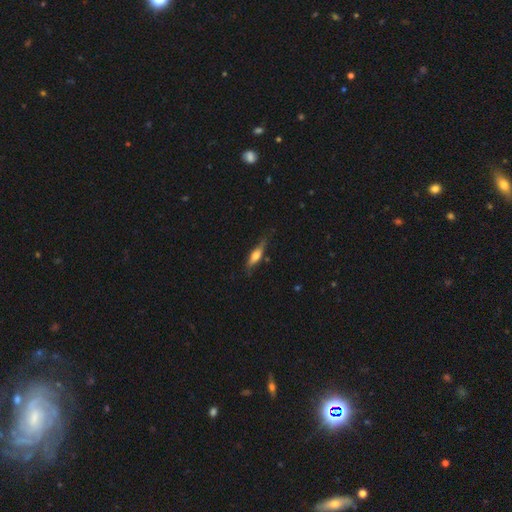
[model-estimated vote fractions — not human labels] smooth_or_featured: smooth (p=0.58) [alt: featured or disk p=0.36]
how_rounded: cigar-shaped (p=0.61) [alt: in between p=0.36]
merging: none (p=0.70) [alt: minor disturbance p=0.23]